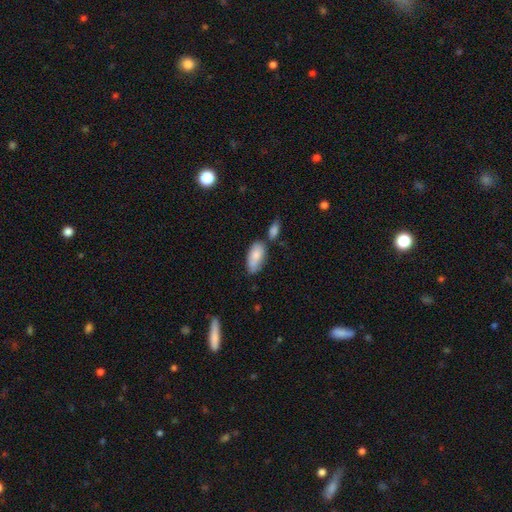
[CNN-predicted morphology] smooth 82%, featured or disk 12%, star or artifact 6%. Down the decision tree: how rounded — in between (90%); merging — none (54%).